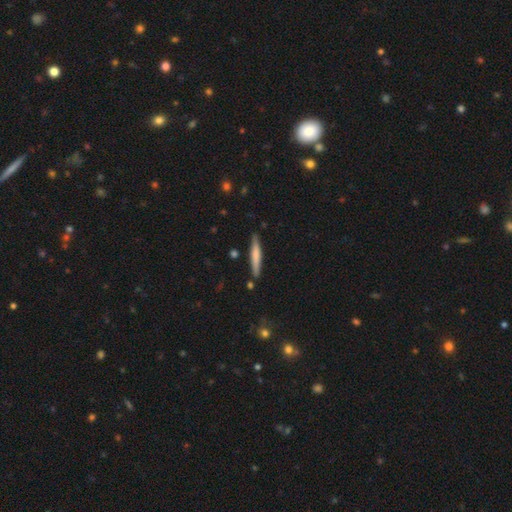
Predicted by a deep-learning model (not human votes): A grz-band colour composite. It shows a smooth galaxy with no disk features (65%) that is cigar-shaped (94%). Merging: none (85%).